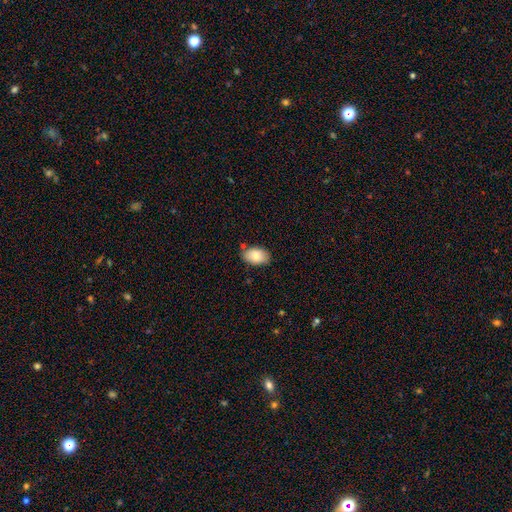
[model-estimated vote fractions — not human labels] Q: Smooth or featured?
A: smooth (84%); runner-up: featured or disk (9%)
Q: How rounded?
A: in between (92%); runner-up: round (7%)
Q: Merging?
A: none (79%); runner-up: minor disturbance (15%)